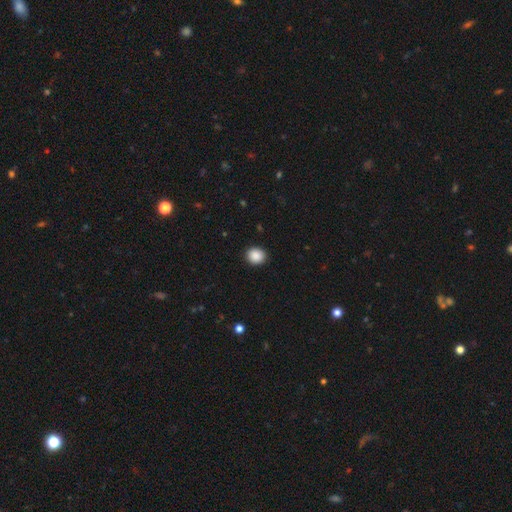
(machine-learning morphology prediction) This is clearly a smooth galaxy (89%). How rounded: likely round (79%). Merging: clearly none (92%).